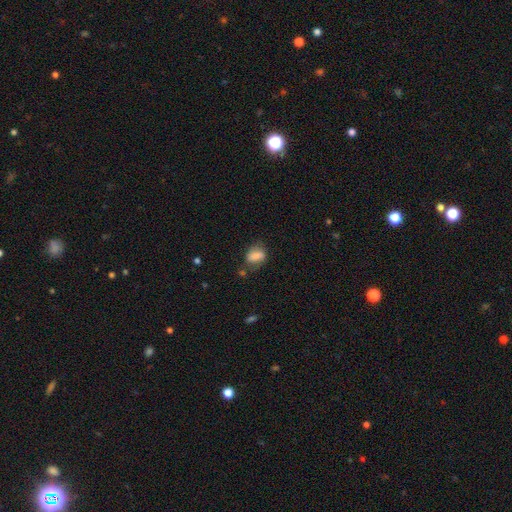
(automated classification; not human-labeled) Overall: smooth (68%). How rounded: in between (74%). Merging: none (53%; minor disturbance 28%).